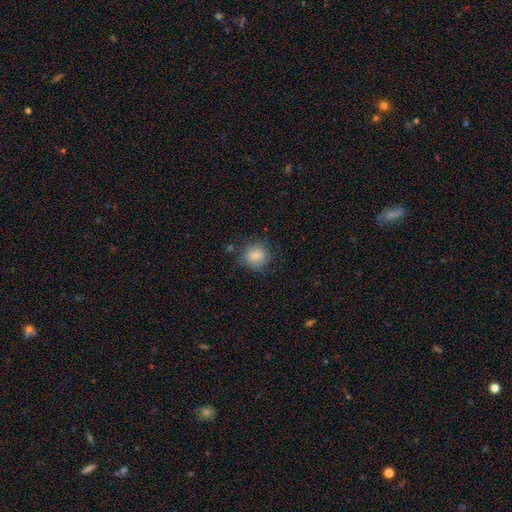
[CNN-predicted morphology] This appears to be a smooth galaxy with no disk features (81%) that is round (88%). Merging: none (73%).